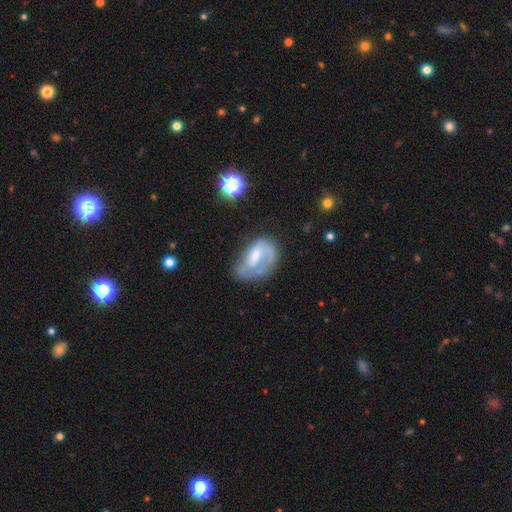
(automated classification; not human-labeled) smooth_or_featured: featured or disk (p=0.62) [alt: smooth p=0.30]
disk_edge_on: no (p=0.96) [alt: yes p=0.04]
bar: weak (p=0.44) [alt: no p=0.42]
has_spiral_arms: yes (p=0.72) [alt: no p=0.28]
bulge_size: moderate (p=0.43) [alt: small p=0.37]
merging: none (p=0.46) [alt: minor disturbance p=0.26]